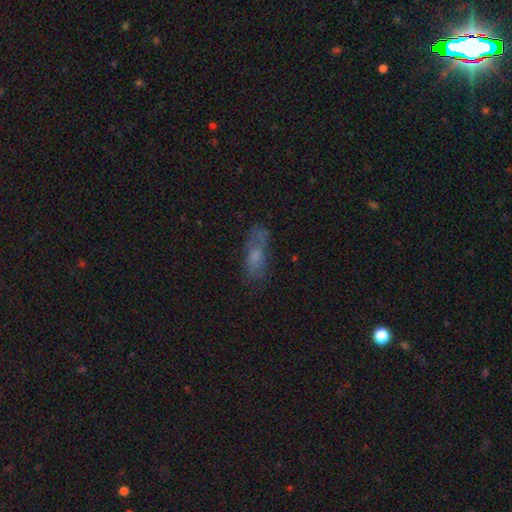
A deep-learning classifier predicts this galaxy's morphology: This is possibly a smooth galaxy (56%). How rounded: likely in between (63%). Merging: likely none (61%).